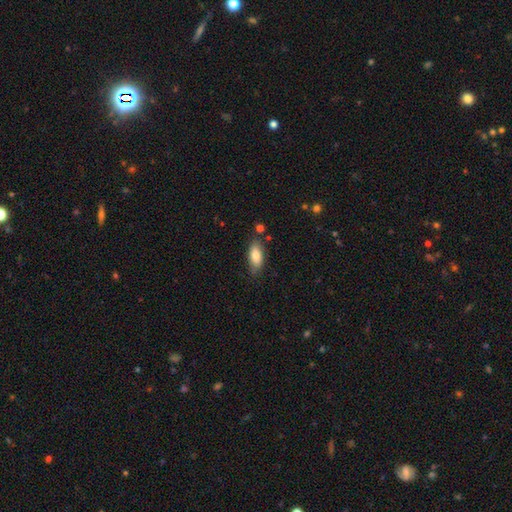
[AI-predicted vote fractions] A smooth galaxy with no disk features (80%) that is in between round and cigar-shaped (83%). Merging: none (76%).